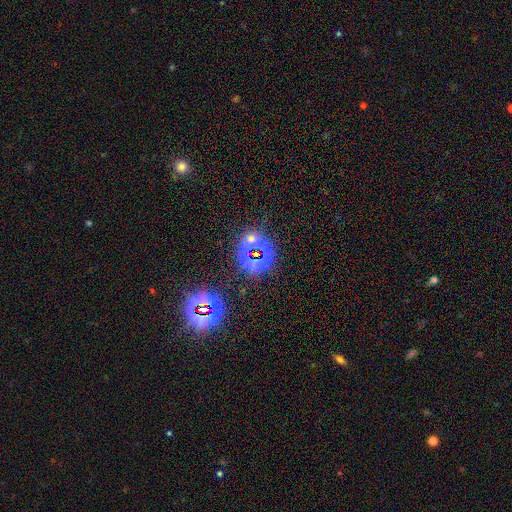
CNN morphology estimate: type=star or artifact (77%).